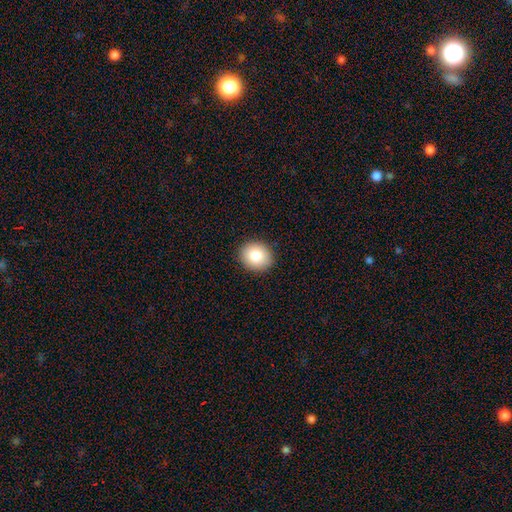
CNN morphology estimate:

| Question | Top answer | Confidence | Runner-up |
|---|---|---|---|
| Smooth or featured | smooth | 83% | star or artifact (9%) |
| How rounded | round | 73% | in between (27%) |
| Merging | none | 91% | minor disturbance (6%) |